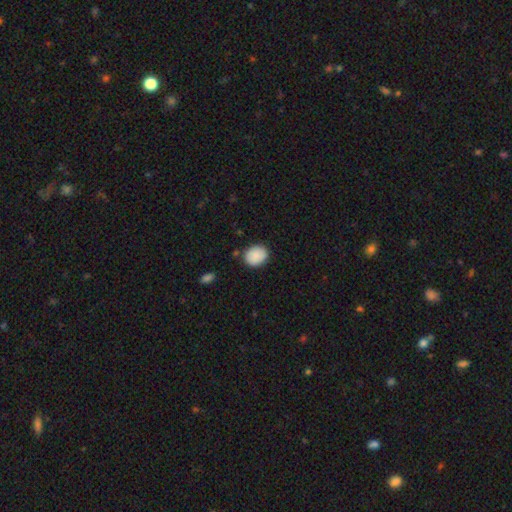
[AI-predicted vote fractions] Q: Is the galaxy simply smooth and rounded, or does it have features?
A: smooth — 89%.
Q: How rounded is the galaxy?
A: round — 54%.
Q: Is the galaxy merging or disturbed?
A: none — 83%.